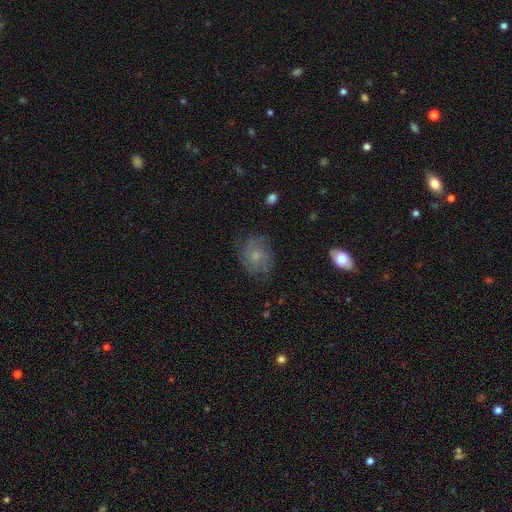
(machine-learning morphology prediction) smooth-or-featured: featured or disk: 44% (tied) | smooth: 44% (tied) | star or artifact: 12%
  merging: none: 70% | minor disturbance: 20% | major disturbance: 8% | merger: 1%